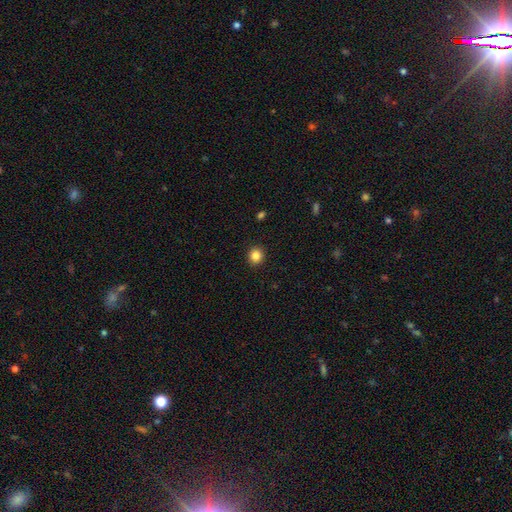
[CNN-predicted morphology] smooth-or-featured: smooth: 84% | star or artifact: 11% | featured or disk: 5%
  how-rounded: round: 89% | in between: 10% | cigar-shaped: 1%
  merging: none: 92% | minor disturbance: 5% | major disturbance: 2% | merger: 1%